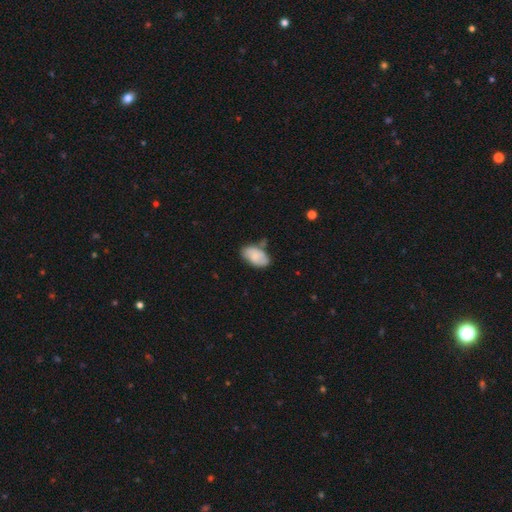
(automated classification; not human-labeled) This is likely a smooth galaxy (76%). How rounded: clearly in between (94%). Merging: possibly none (55%).